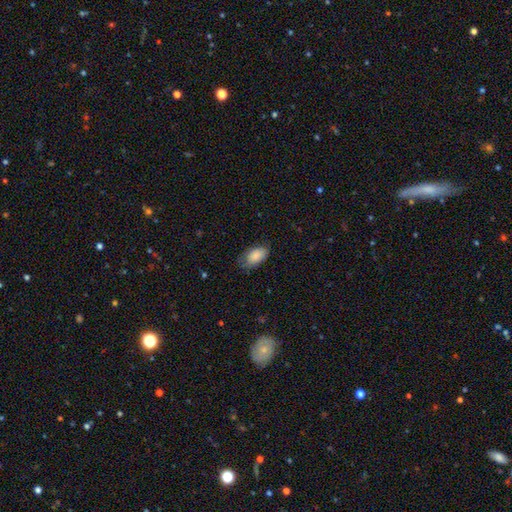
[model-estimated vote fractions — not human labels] Smooth or featured? Predicted: smooth (p=0.85). How rounded? Predicted: in between (p=0.94). Merging? Predicted: none (p=0.66).